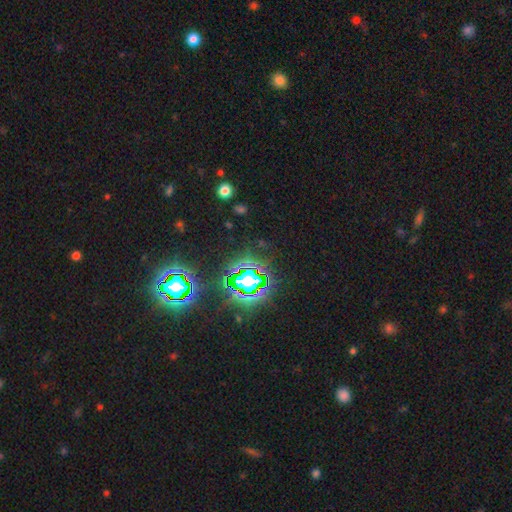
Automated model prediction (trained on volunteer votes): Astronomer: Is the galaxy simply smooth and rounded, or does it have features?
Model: star or artifact — 81%.